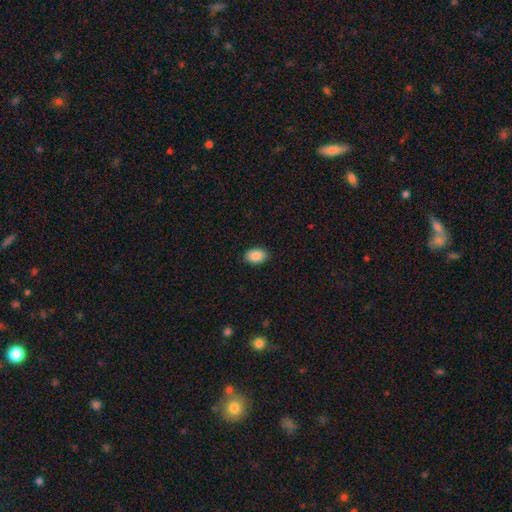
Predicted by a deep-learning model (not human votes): This appears to be a smooth galaxy with no disk features (88%) that is in between round and cigar-shaped (89%). Merging: none (88%).